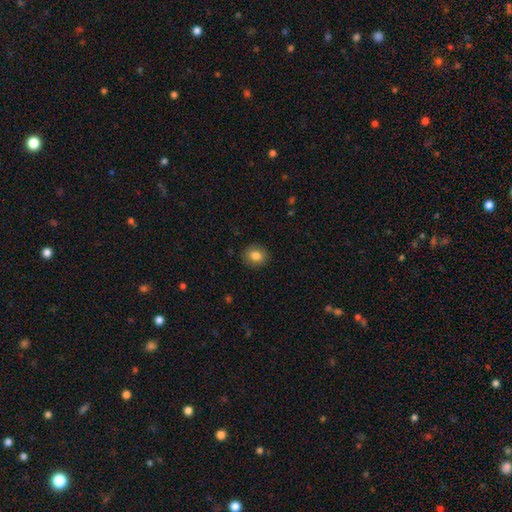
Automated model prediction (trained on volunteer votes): Morphology: type=smooth (83%); roundness=round (71%); merging=none (89%).